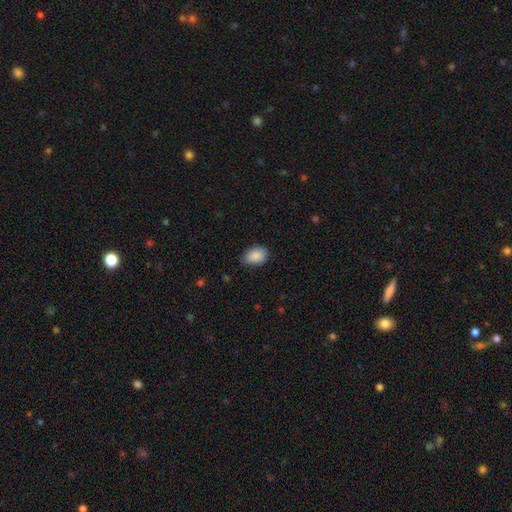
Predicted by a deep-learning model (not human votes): This appears to be a smooth galaxy with no disk features (89%) that is in between round and cigar-shaped (82%). Merging: none (76%).